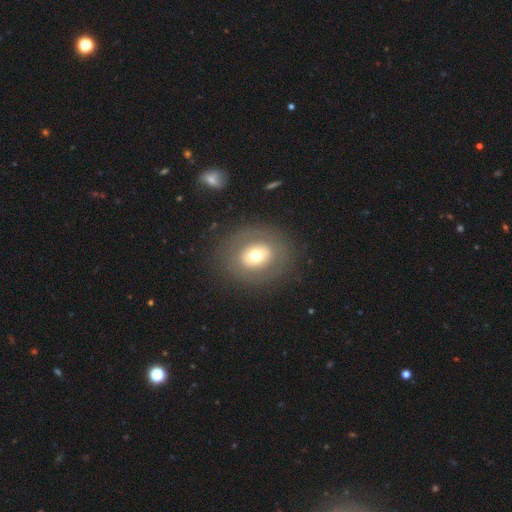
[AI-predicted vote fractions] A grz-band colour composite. It shows a smooth galaxy with no disk features (56%) that is round (63%). Merging: none (83%).